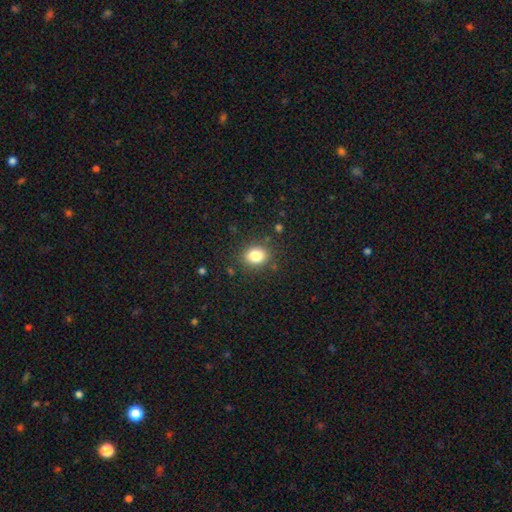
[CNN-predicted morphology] smooth_or_featured: smooth (p=0.82) [alt: star or artifact p=0.12]
how_rounded: round (p=0.59) [alt: in between p=0.40]
merging: none (p=0.84) [alt: minor disturbance p=0.10]